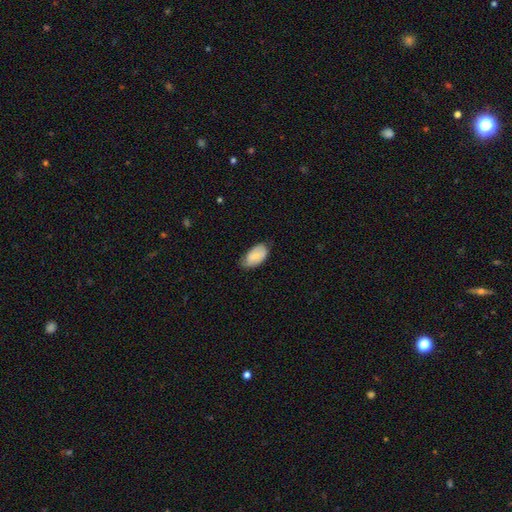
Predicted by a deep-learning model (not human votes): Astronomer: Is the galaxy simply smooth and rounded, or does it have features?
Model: smooth — 77%.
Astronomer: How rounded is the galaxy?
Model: in between — 95%.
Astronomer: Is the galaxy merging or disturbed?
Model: none — 65%.